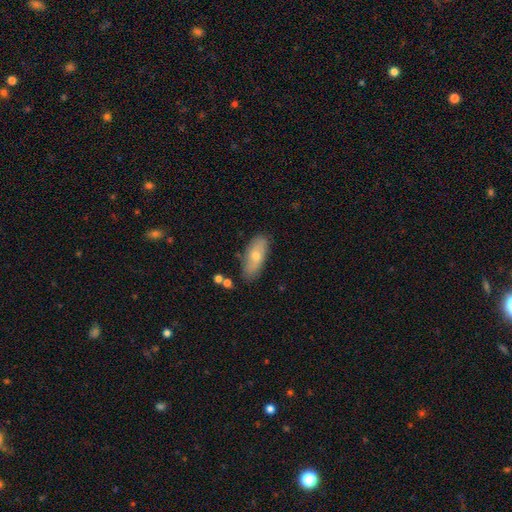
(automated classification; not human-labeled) Smooth or featured: smooth — 60% (featured or disk — 32%)
How rounded: in between — 75% (cigar-shaped — 22%)
Merging: none — 81% (minor disturbance — 14%)